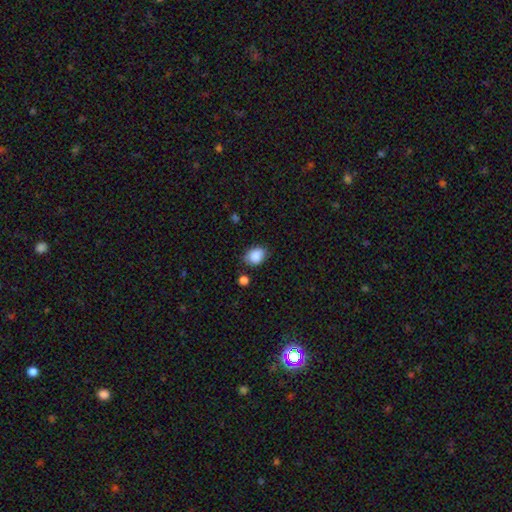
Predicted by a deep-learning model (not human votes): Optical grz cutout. It shows a smooth galaxy with no disk features (87%) that is in between round and cigar-shaped (72%). Merging: none (74%).